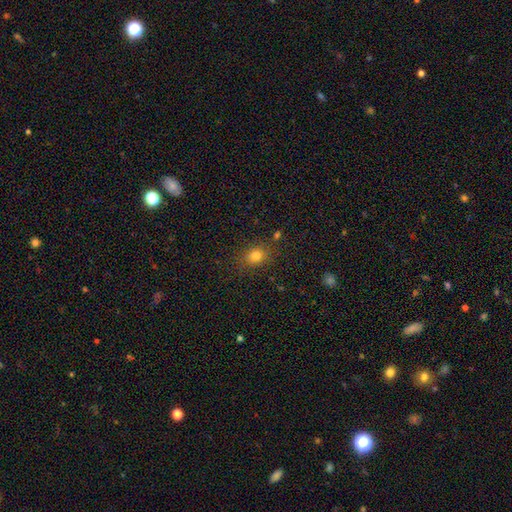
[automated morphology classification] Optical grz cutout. It shows a smooth galaxy with no disk features (78%) that is in between round and cigar-shaped (51%). Merging: none (82%).